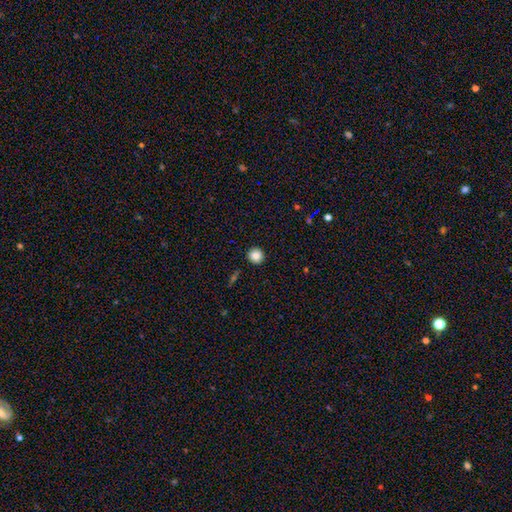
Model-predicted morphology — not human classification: The model was most divided on "smooth or featured": smooth: 85%, star or artifact: 10%, featured or disk: 5%. More confident: how rounded — round (94%); merging — none (92%).